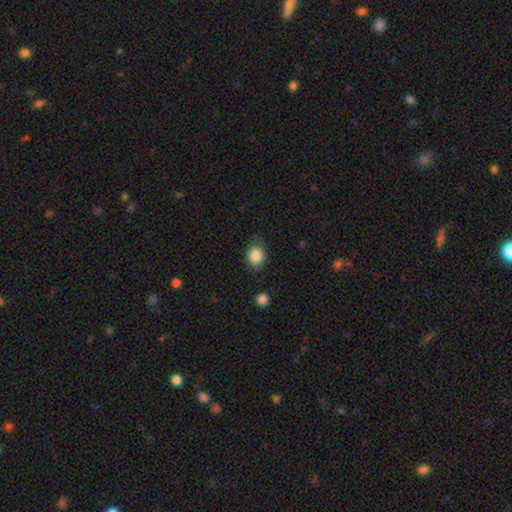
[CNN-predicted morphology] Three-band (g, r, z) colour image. It shows a smooth galaxy with no disk features (86%) that is round (61%). Merging: none (77%).